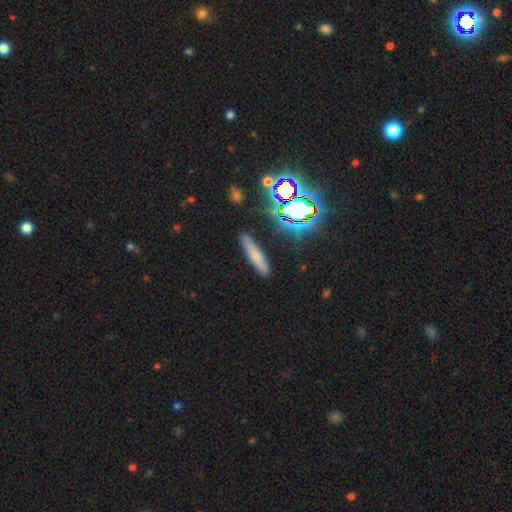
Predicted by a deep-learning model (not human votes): The model was most divided on "smooth or featured": smooth: 63%, featured or disk: 20%, star or artifact: 17%. More confident: merging — none (88%); how rounded — cigar-shaped (83%).